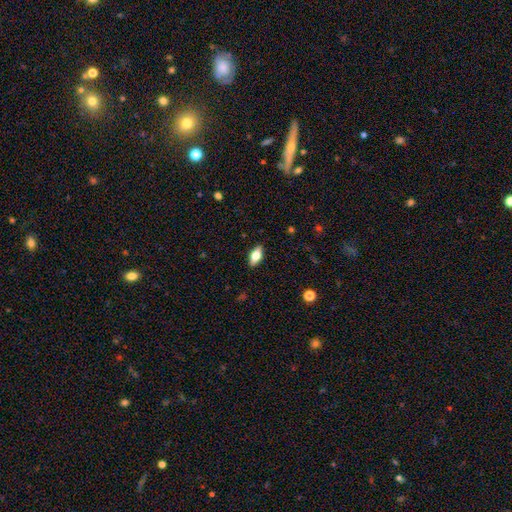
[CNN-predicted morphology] Smooth or featured: smooth — 61% (featured or disk — 32%)
How rounded: in between — 81% (cigar-shaped — 15%)
Merging: none — 88% (minor disturbance — 9%)